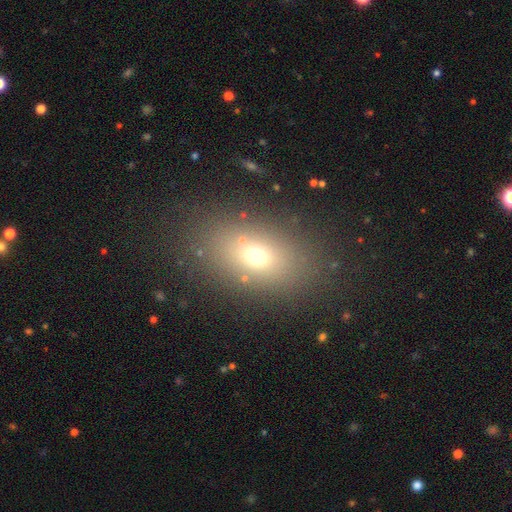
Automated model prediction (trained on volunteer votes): smooth-or-featured: smooth: 66% | star or artifact: 19% | featured or disk: 15%
  how-rounded: in between: 76% | round: 21% | cigar-shaped: 3%
  merging: none: 82% | minor disturbance: 9% | major disturbance: 6% | merger: 3%